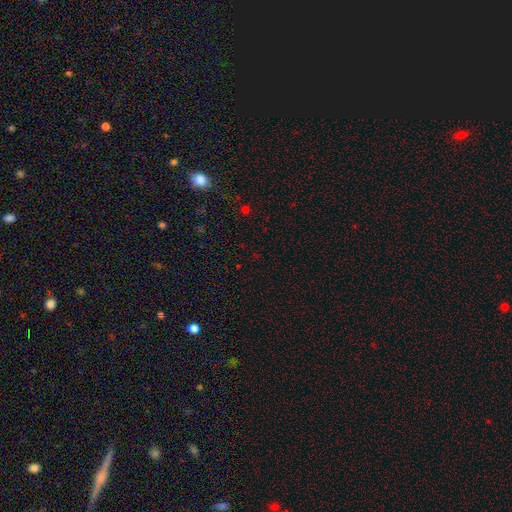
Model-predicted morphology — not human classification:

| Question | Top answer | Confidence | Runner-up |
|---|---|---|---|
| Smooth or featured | star or artifact | 68% | smooth (25%) |